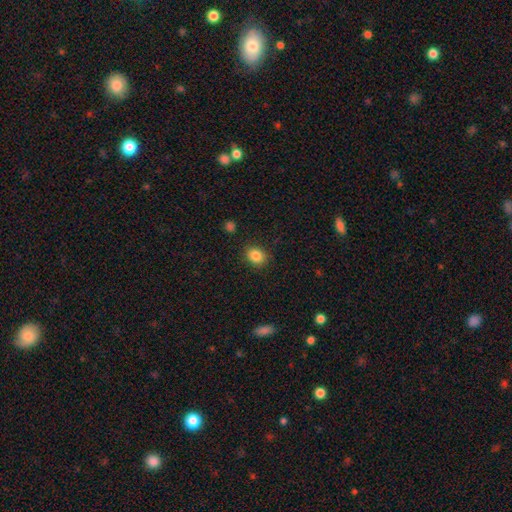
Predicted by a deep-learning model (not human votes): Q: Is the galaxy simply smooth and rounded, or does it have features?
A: smooth — 85%.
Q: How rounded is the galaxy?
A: round — 58%.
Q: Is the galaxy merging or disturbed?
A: none — 87%.